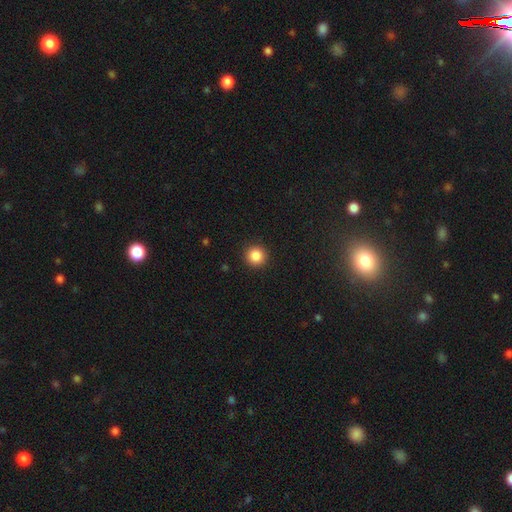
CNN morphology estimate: This appears to be a smooth galaxy with no disk features (86%) that is round (95%). Merging: none (92%).